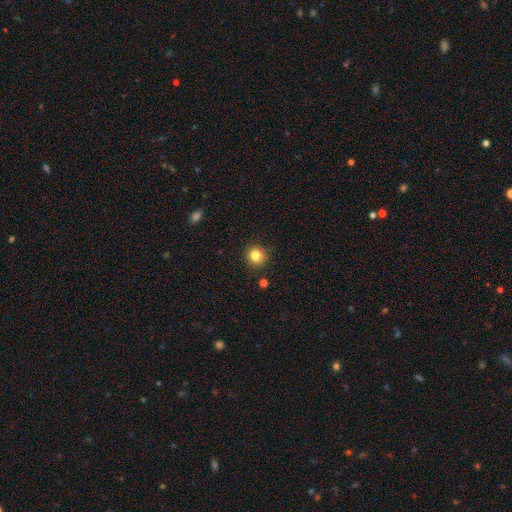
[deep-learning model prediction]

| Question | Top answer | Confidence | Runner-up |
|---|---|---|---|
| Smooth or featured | smooth | 82% | star or artifact (12%) |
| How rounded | round | 86% | in between (13%) |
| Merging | none | 85% | minor disturbance (10%) |